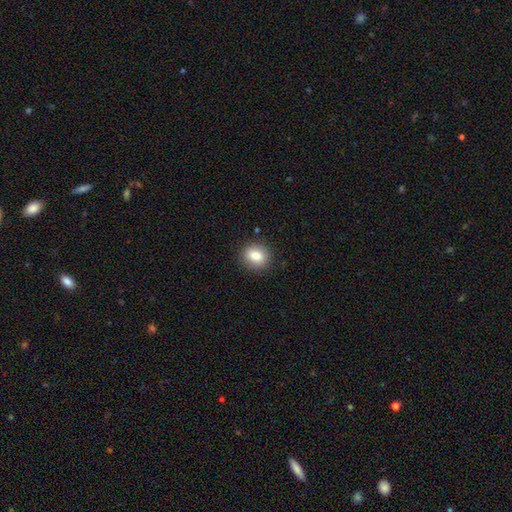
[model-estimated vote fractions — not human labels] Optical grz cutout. It shows a smooth galaxy with no disk features (83%) that is round (70%). Merging: none (89%).